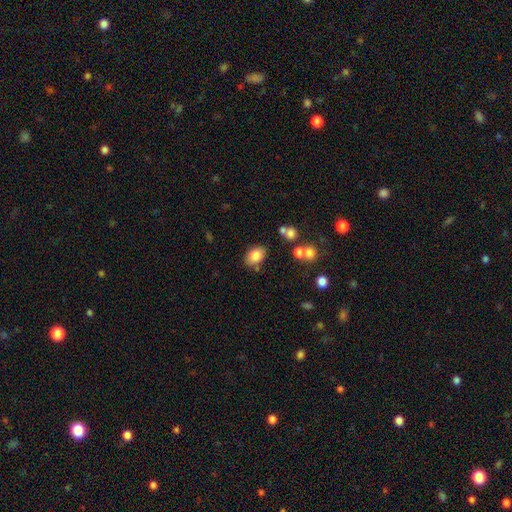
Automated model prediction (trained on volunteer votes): Morphology: type=smooth (81%); roundness=in between (82%); merging=none (78%).